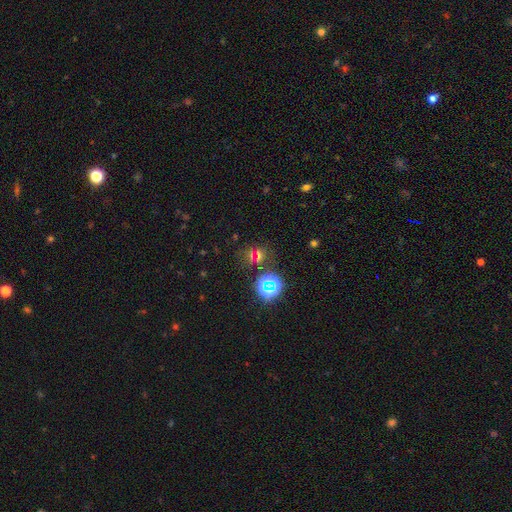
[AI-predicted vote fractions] Q: Smooth or featured?
A: star or artifact (52%); runner-up: smooth (39%)